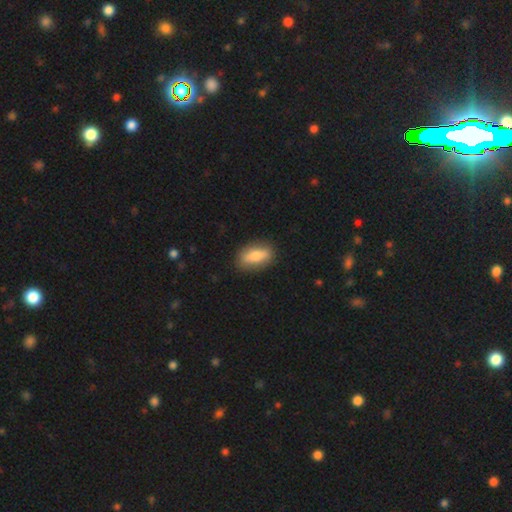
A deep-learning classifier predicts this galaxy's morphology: This is likely a smooth galaxy (65%). How rounded: likely in between (79%). Merging: clearly none (84%).